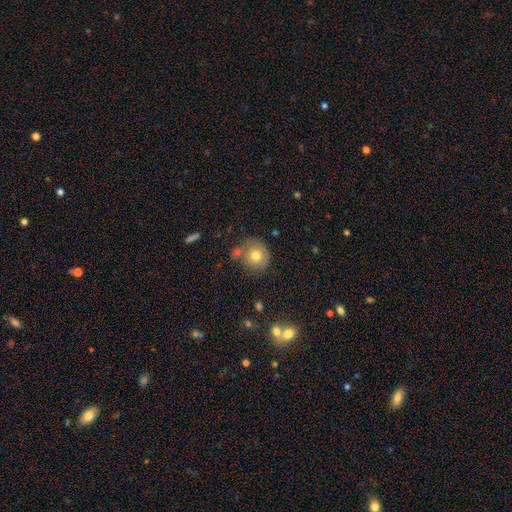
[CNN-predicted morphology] The model was most divided on "merging": none: 67%, merger: 15%, minor disturbance: 13%, major disturbance: 4%. More confident: how rounded — round (90%); smooth or featured — smooth (73%).